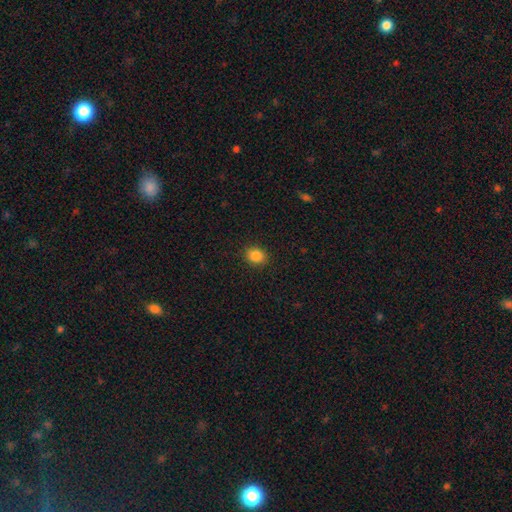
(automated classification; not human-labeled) The model was most divided on "how rounded": round: 66%, in between: 33%, cigar-shaped: 1%. More confident: merging — none (90%); smooth or featured — smooth (86%).